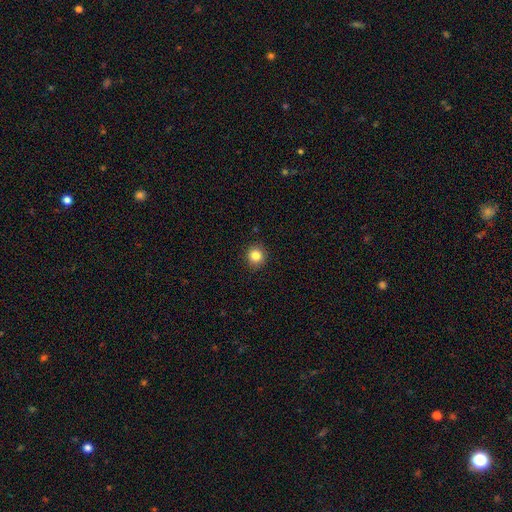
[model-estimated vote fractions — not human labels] Smooth or featured? smooth (84%)
How rounded? round (93%)
Merging? none (92%)